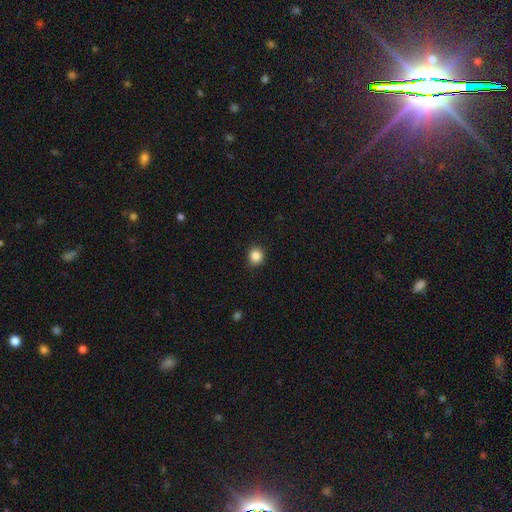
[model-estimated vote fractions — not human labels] Q: Smooth or featured?
A: smooth (86%); runner-up: star or artifact (10%)
Q: How rounded?
A: round (88%); runner-up: in between (12%)
Q: Merging?
A: none (90%); runner-up: minor disturbance (7%)